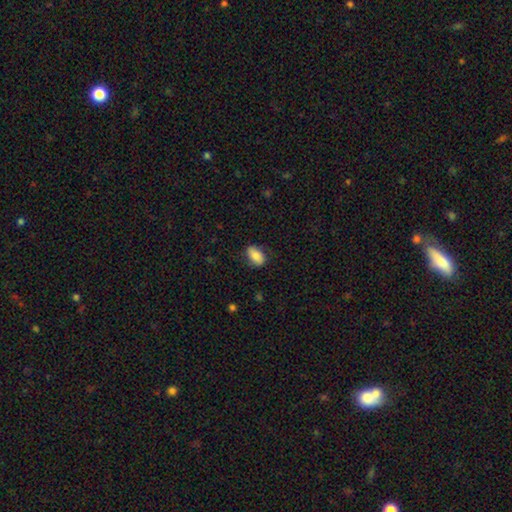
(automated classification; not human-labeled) smooth 78%, featured or disk 15%, star or artifact 7%. Down the decision tree: how rounded — in between (90%); merging — none (79%).